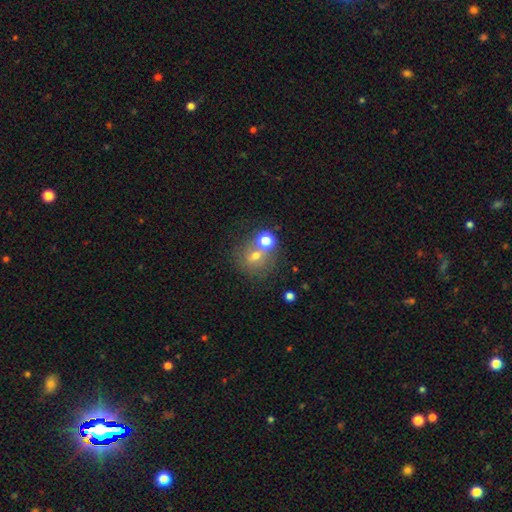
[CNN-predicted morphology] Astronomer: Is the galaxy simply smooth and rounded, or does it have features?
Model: smooth — 63%.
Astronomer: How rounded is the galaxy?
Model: round — 79%.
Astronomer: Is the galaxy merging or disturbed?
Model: none — 46% (runner-up: merger, 38%).